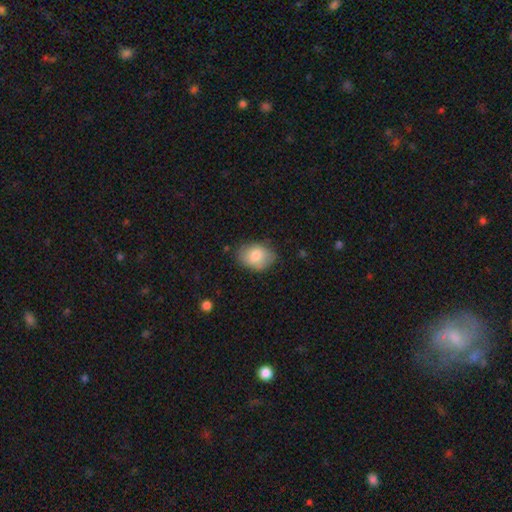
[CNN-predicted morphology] smooth_or_featured: smooth (p=0.79) [alt: featured or disk p=0.14]
how_rounded: in between (p=0.76) [alt: round p=0.23]
merging: none (p=0.74) [alt: minor disturbance p=0.21]